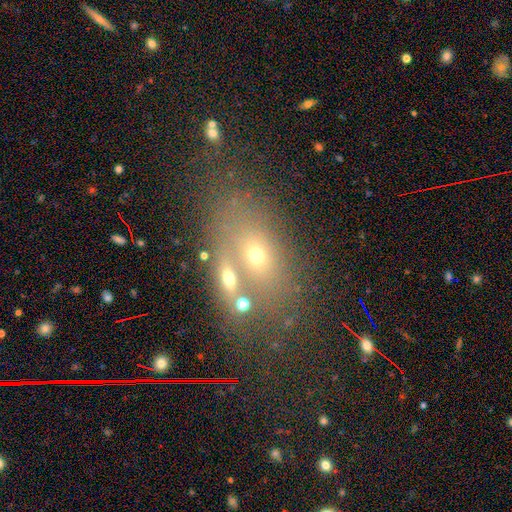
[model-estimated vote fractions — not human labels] Overall: smooth (55%; featured or disk 24%). How rounded: in between (72%). Merging: none (43%; merger 36%).